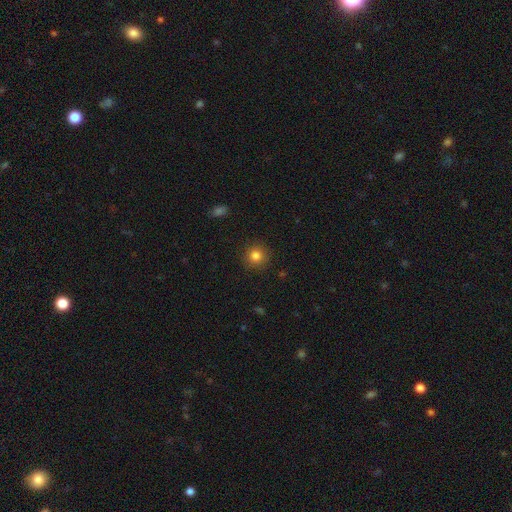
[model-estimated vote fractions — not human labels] Smooth or featured? Predicted: smooth (p=0.83). How rounded? Predicted: round (p=0.93). Merging? Predicted: none (p=0.90).